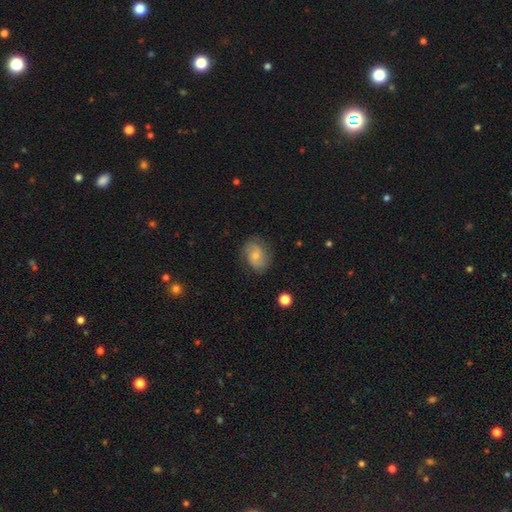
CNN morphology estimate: Smooth or featured? Predicted: featured or disk (p=0.55). Edge-on disk? Predicted: no (p=0.97). Bar? Predicted: no (p=0.66). Spiral arms? Predicted: yes (p=0.86). Bulge size? Predicted: small (p=0.52). Merging? Predicted: none (p=0.74).